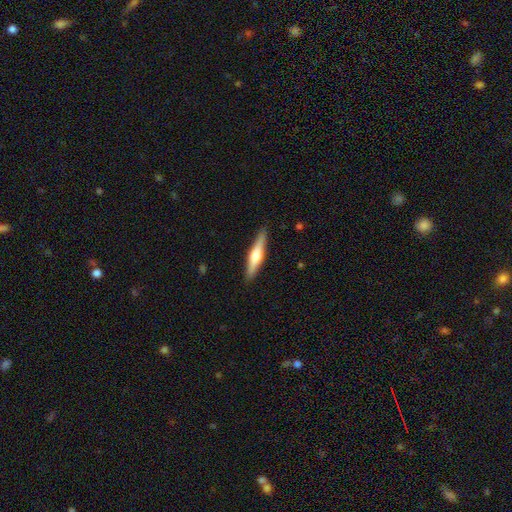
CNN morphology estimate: smooth_or_featured: featured or disk (p=0.53) [alt: smooth p=0.42]
disk_edge_on: yes (p=0.96) [alt: no p=0.04]
edge_on_bulge: rounded (p=0.88) [alt: boxy p=0.06]
merging: none (p=0.89) [alt: minor disturbance p=0.08]